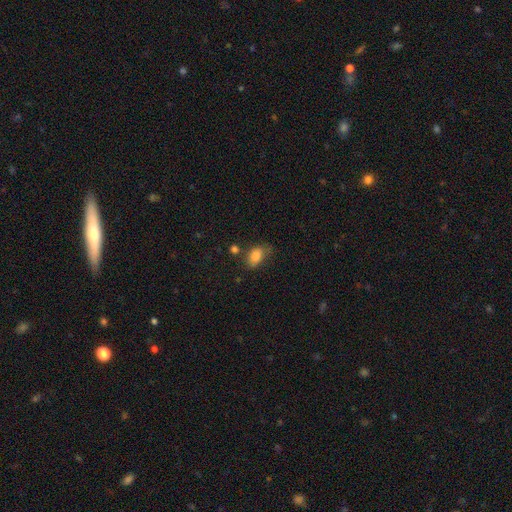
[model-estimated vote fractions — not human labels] smooth 83%, star or artifact 9%, featured or disk 8%. Down the decision tree: how rounded — in between (85%); merging — none (54%).